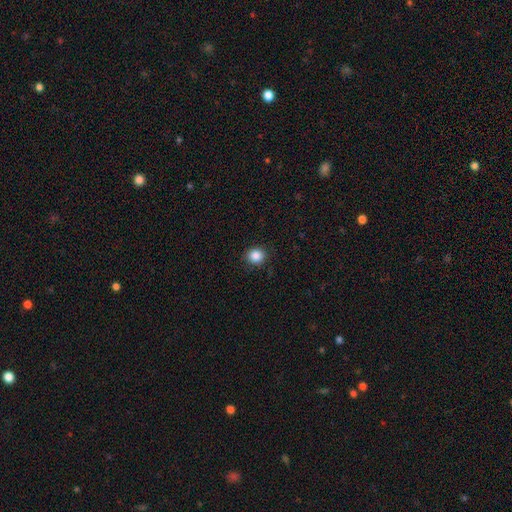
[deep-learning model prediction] smooth 87%, star or artifact 10%, featured or disk 3%. Down the decision tree: how rounded — round (85%); merging — none (89%).